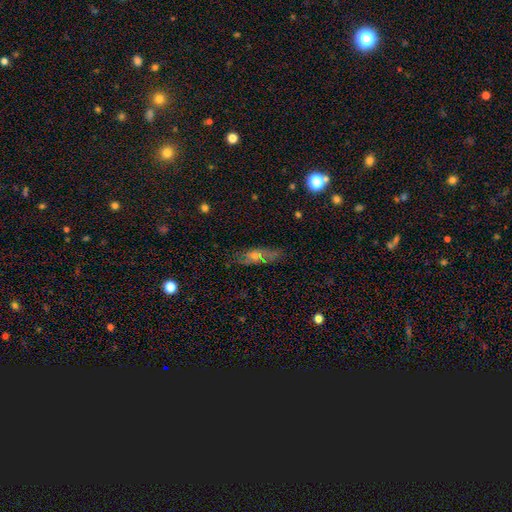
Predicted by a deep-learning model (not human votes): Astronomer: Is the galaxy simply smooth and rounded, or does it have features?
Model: smooth — 45% (runner-up: featured or disk, 41%).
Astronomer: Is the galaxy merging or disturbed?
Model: none — 71%.